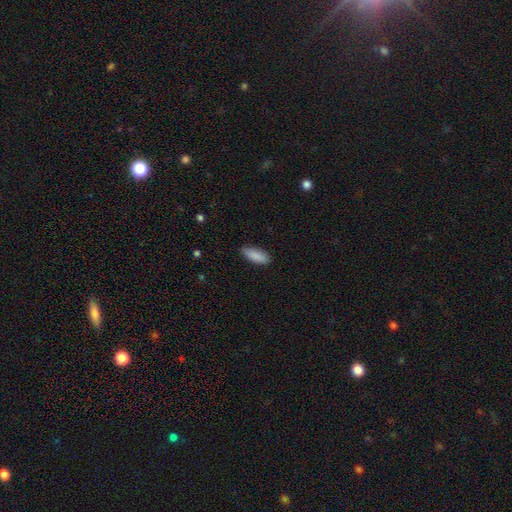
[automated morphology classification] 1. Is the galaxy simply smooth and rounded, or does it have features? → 89% smooth, 6% star or artifact, 5% featured or disk.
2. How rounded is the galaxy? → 75% in between, 24% cigar-shaped, 2% round.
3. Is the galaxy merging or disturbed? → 85% none, 12% minor disturbance, 2% major disturbance, 1% merger.